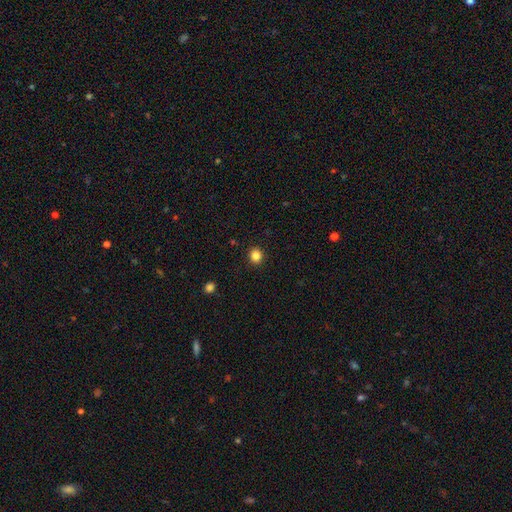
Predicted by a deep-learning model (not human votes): Smooth or featured: smooth — 85% (star or artifact — 11%)
How rounded: round — 81% (in between — 18%)
Merging: none — 91% (minor disturbance — 6%)